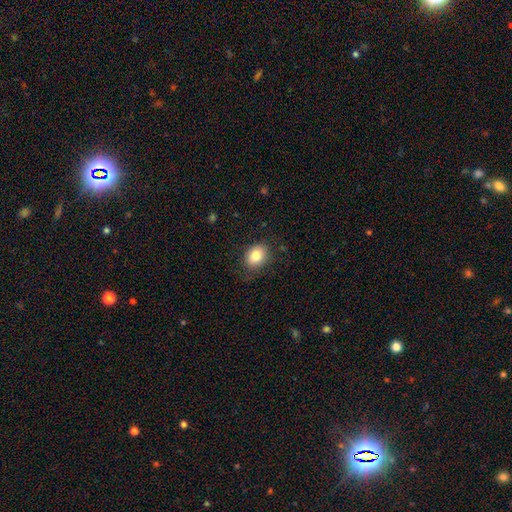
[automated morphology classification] This appears to be a smooth galaxy with no disk features (83%) that is in between round and cigar-shaped (61%). Merging: none (81%).